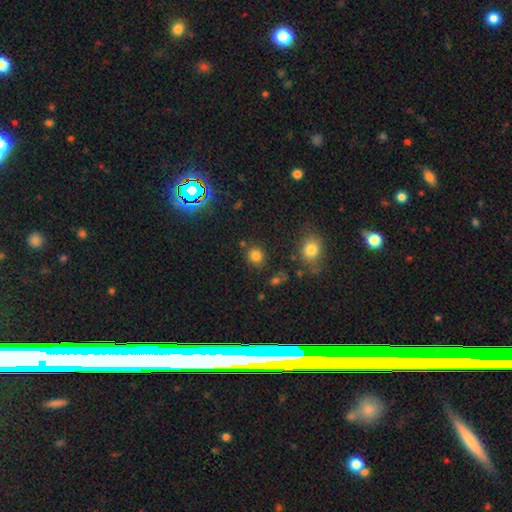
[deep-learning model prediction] smooth-or-featured: smooth: 78% | star or artifact: 16% | featured or disk: 6%
  how-rounded: round: 83% | in between: 16% | cigar-shaped: 1%
  merging: none: 81% | minor disturbance: 11% | merger: 5% | major disturbance: 4%